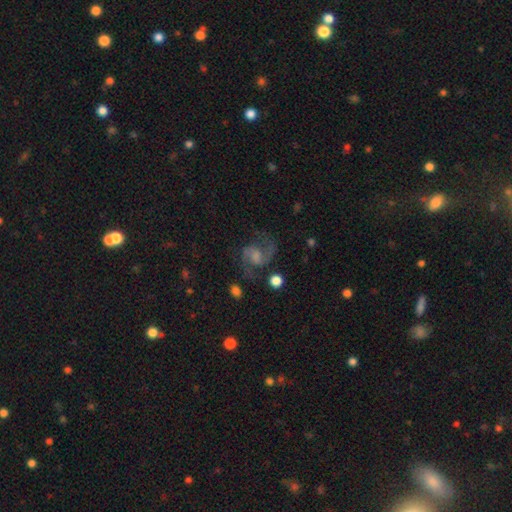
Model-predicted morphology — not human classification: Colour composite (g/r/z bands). It shows a featured or disk galaxy (87%) with a weak bar (48%), 2 (93%) medium (58%) spiral arms (97%) and a small central bulge (37%). Merging: none (75%).